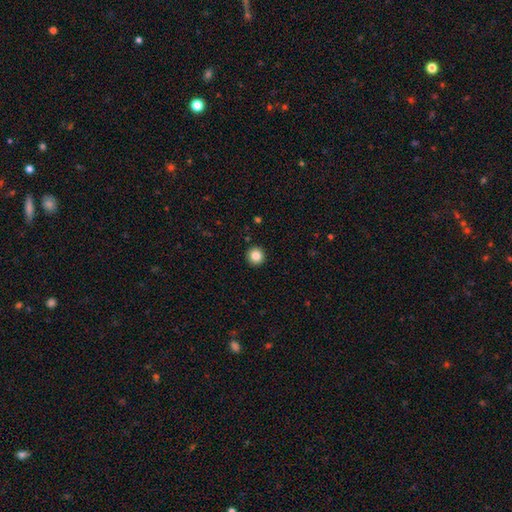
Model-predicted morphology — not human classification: The model was most divided on "smooth or featured": smooth: 85%, star or artifact: 10%, featured or disk: 5%. More confident: how rounded — round (95%); merging — none (93%).